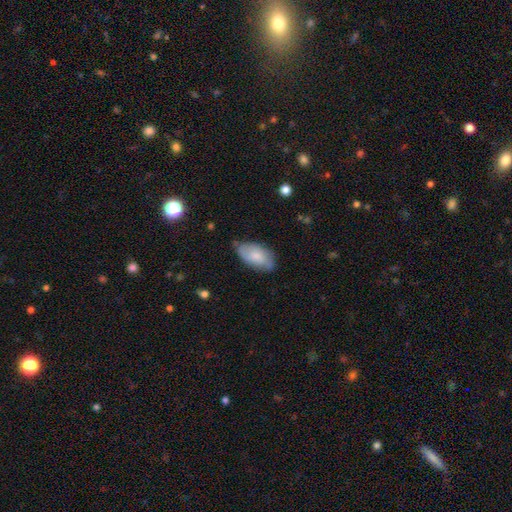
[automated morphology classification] type=smooth (66%); roundness=in between (94%); merging=none (67%).